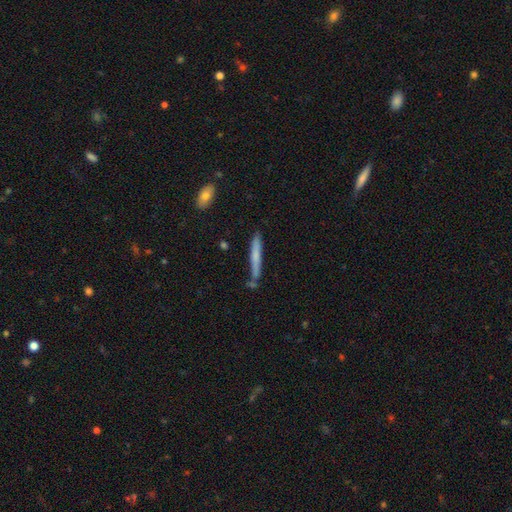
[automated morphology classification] Smooth or featured? Predicted: smooth (p=0.62). How rounded? Predicted: cigar-shaped (p=0.95). Merging? Predicted: none (p=0.75).